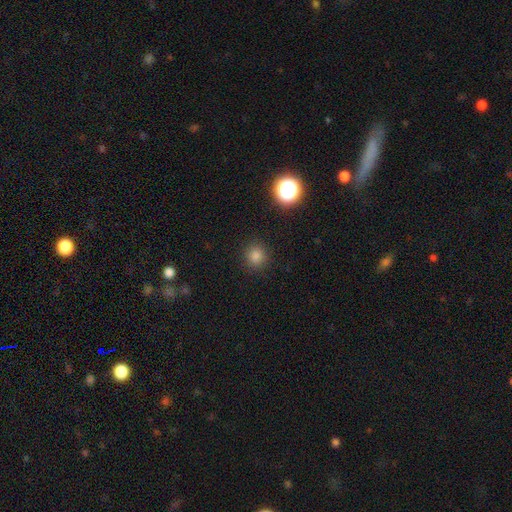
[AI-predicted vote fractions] smooth-or-featured: smooth: 80% | star or artifact: 16% | featured or disk: 4%
  how-rounded: round: 92% | in between: 7% | cigar-shaped: 1%
  merging: none: 91% | minor disturbance: 6% | major disturbance: 2% | merger: 1%